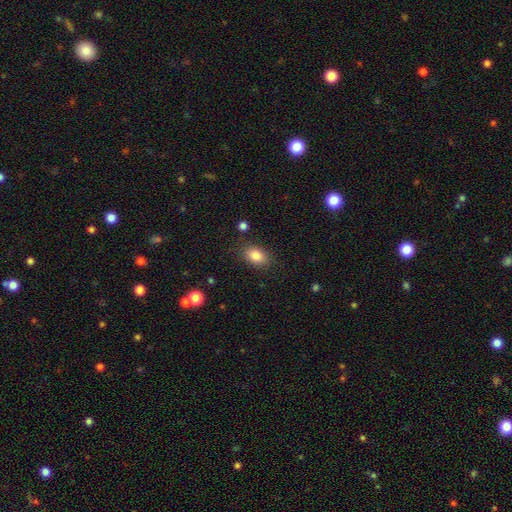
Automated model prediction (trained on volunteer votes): smooth-or-featured: smooth: 84% | star or artifact: 9% | featured or disk: 7%
  how-rounded: in between: 82% | round: 17% | cigar-shaped: 1%
  merging: none: 84% | minor disturbance: 11% | major disturbance: 3% | merger: 2%